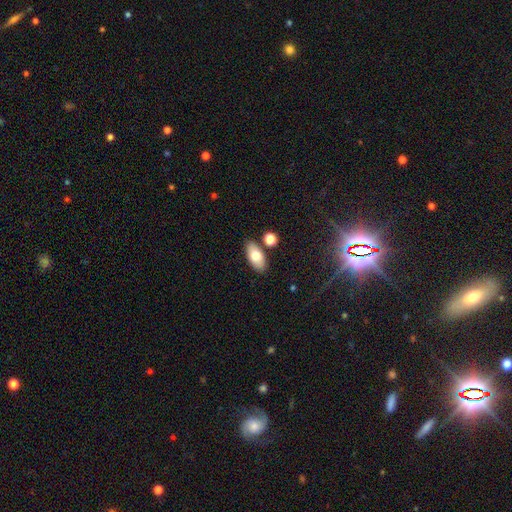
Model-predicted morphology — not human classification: Smooth or featured? smooth (76%)
How rounded? in between (90%)
Merging? none (81%)